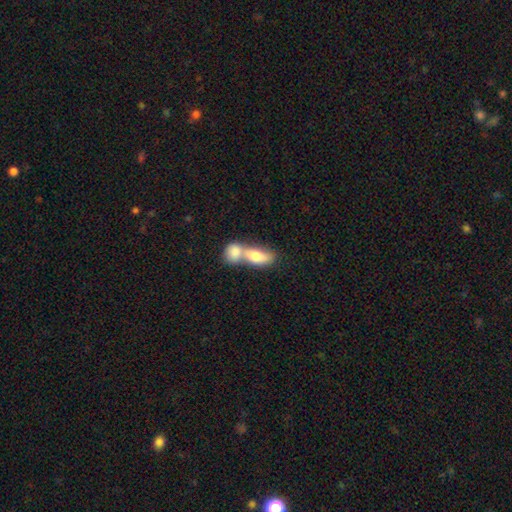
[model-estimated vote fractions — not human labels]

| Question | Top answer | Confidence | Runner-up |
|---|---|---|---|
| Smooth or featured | smooth | 75% | featured or disk (19%) |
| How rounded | in between | 78% | cigar-shaped (12%) |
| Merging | merger | 75% | none (17%) |